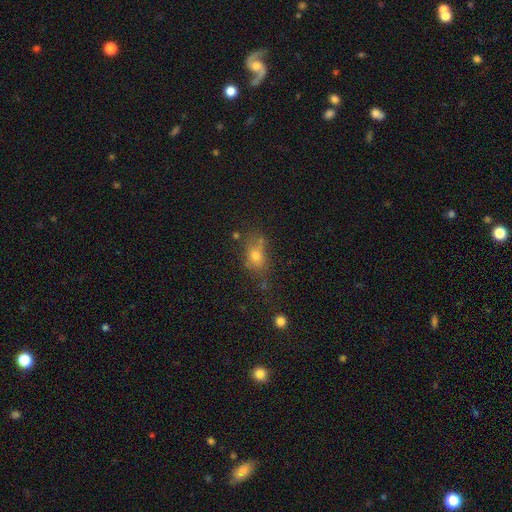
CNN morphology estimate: smooth 65%, star or artifact 19%, featured or disk 16%. Down the decision tree: how rounded — in between (59%); merging — none (59%).